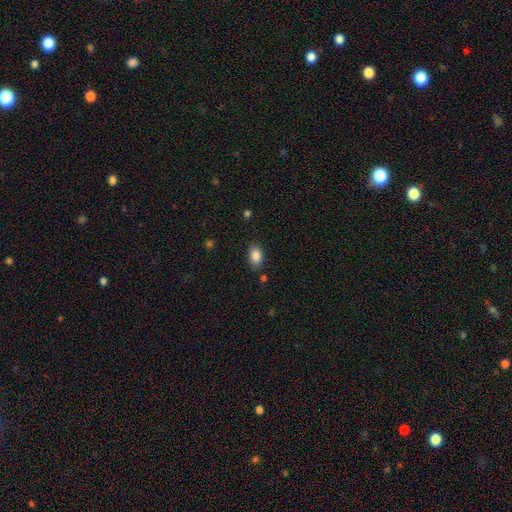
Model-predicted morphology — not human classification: The model was most divided on "merging": none: 83%, minor disturbance: 11%, major disturbance: 3%, merger: 2%. More confident: smooth or featured — smooth (87%); how rounded — in between (85%).